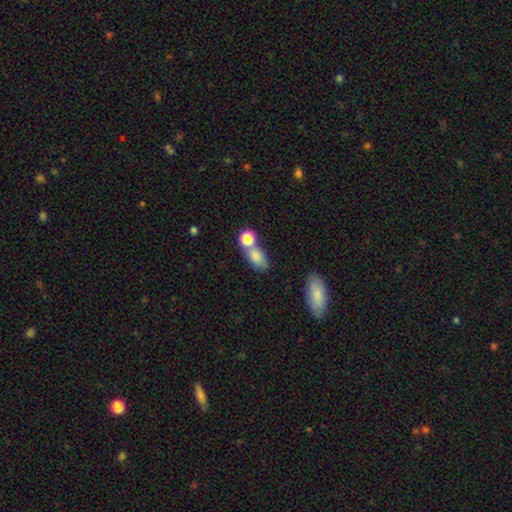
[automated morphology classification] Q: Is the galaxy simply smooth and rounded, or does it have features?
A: smooth — 80%.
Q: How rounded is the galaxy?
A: in between — 79%.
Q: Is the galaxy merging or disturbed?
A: none — 41%.